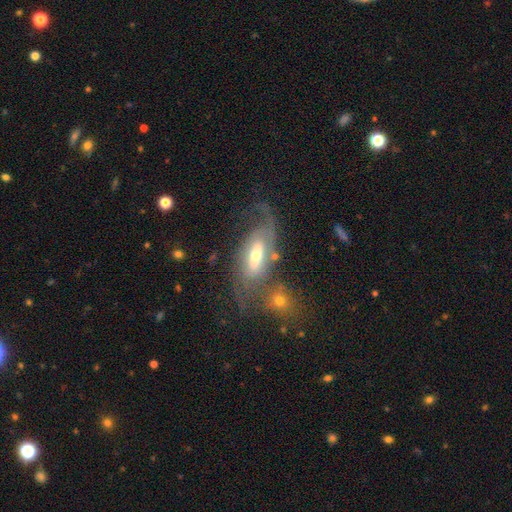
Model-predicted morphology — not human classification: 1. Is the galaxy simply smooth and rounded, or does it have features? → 67% featured or disk, 26% smooth, 8% star or artifact.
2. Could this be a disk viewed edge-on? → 86% no, 14% yes.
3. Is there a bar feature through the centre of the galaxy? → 42% no, 37% weak, 21% strong.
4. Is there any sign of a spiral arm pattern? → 76% yes, 24% no.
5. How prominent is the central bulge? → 61% moderate, 27% small, 9% large, 2% dominant, 2% none.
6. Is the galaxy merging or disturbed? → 40% none, 24% major disturbance, 19% minor disturbance, 17% merger.